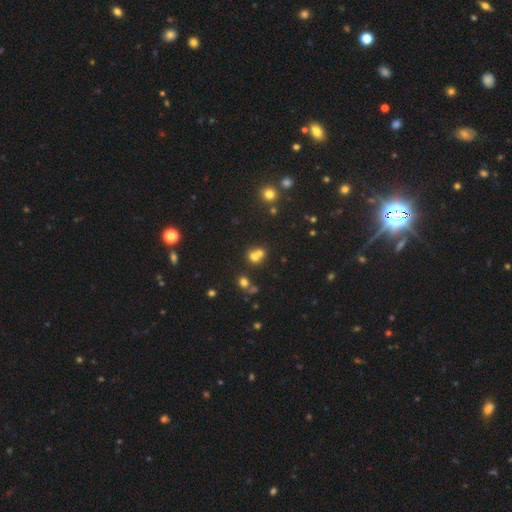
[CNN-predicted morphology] The model was most divided on "merging": merger: 53%, none: 38%, minor disturbance: 6%, major disturbance: 3%. More confident: how rounded — round (78%); smooth or featured — smooth (64%).